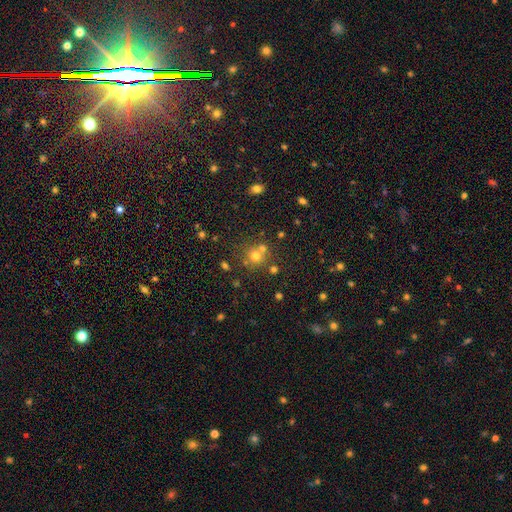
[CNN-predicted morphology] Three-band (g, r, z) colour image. It shows a smooth galaxy with no disk features (65%) that is round (88%). Merging: none (62%).